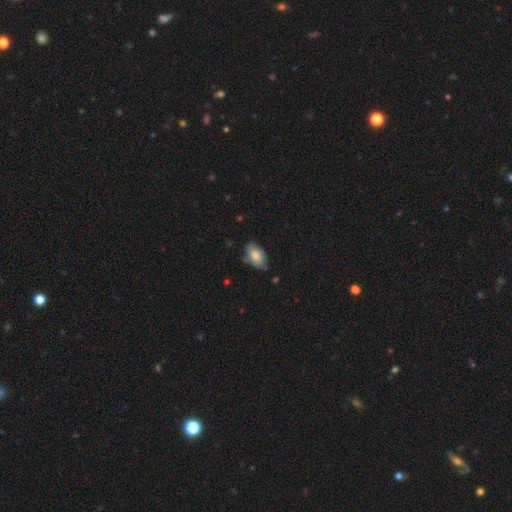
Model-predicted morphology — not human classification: Smooth or featured?
  - smooth: 78% *
  - featured or disk: 15%
  - star or artifact: 7%
How rounded?
  - in between: 92% *
  - round: 6%
  - cigar-shaped: 2%
Merging?
  - none: 63% *
  - minor disturbance: 30%
  - major disturbance: 5%
  - merger: 2%